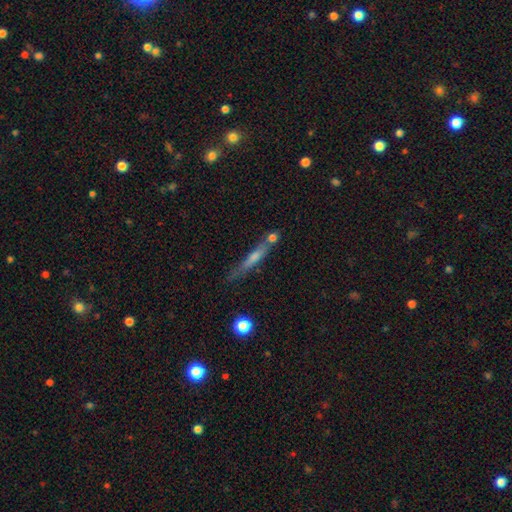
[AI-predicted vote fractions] smooth_or_featured: featured or disk (p=0.52) [alt: smooth p=0.36]
disk_edge_on: yes (p=0.89) [alt: no p=0.11]
merging: none (p=0.68) [alt: minor disturbance p=0.17]